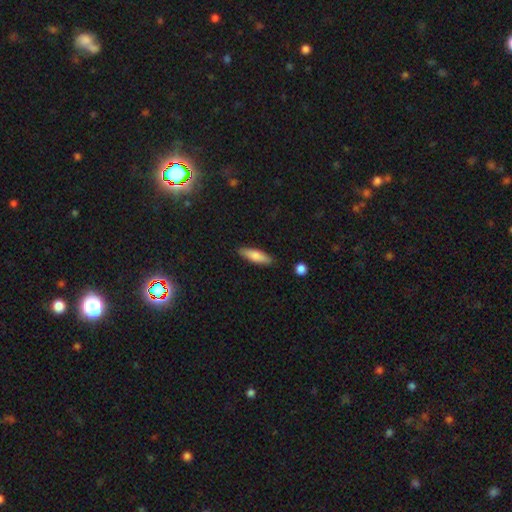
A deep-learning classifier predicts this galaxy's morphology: smooth 76%, featured or disk 18%, star or artifact 6%. Down the decision tree: how rounded — cigar-shaped (60%); merging — none (87%).